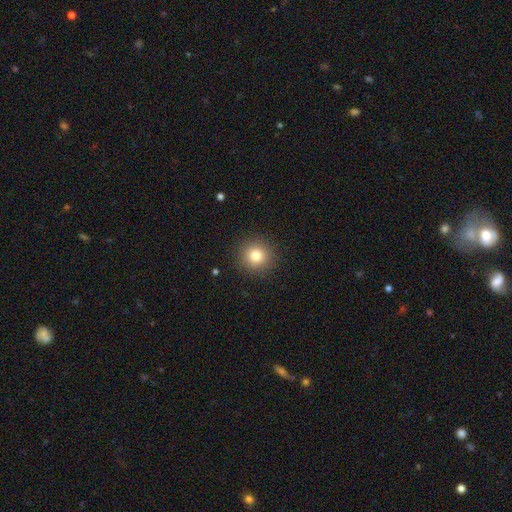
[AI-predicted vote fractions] Morphology: type=smooth (80%); roundness=round (94%); merging=none (91%).